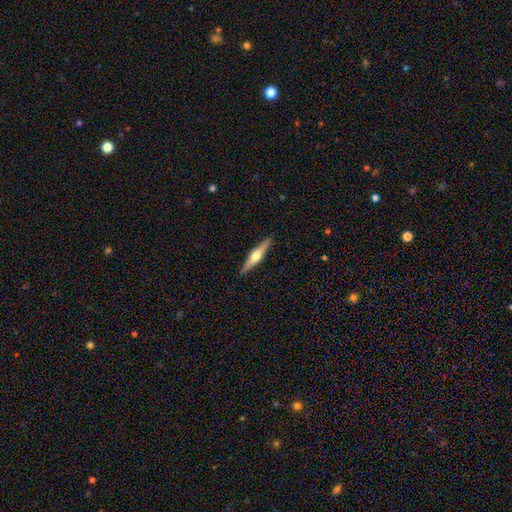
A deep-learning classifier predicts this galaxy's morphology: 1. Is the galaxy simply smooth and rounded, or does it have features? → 66% featured or disk, 29% smooth, 5% star or artifact.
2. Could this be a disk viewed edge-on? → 97% yes, 3% no.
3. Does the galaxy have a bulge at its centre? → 94% rounded, 4% boxy, 2% none.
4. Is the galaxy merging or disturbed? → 91% none, 6% minor disturbance, 1% major disturbance, 1% merger.